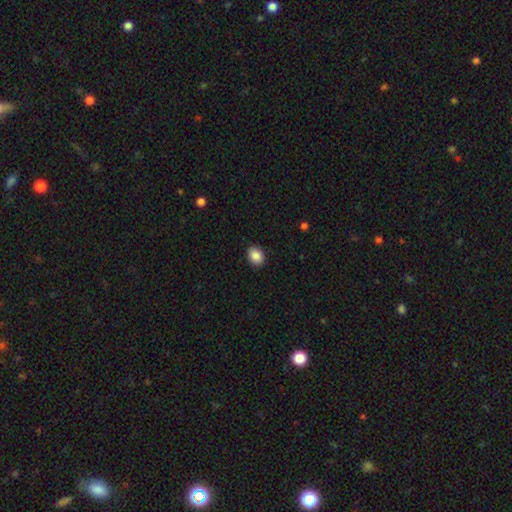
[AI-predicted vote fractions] smooth-or-featured: smooth: 88% | star or artifact: 8% | featured or disk: 4%
  how-rounded: in between: 65% | round: 34% | cigar-shaped: 1%
  merging: none: 89% | minor disturbance: 8% | major disturbance: 2% | merger: 1%